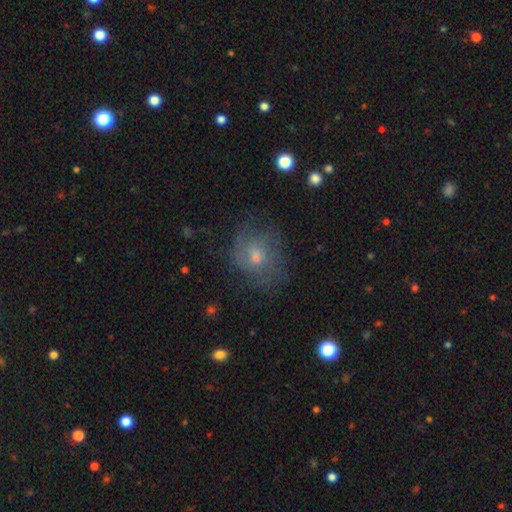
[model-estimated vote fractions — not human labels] smooth-or-featured: smooth: 52% | featured or disk: 36% | star or artifact: 13%
  how-rounded: round: 69% | in between: 30% | cigar-shaped: 1%
  merging: none: 53% | minor disturbance: 23% | major disturbance: 21% | merger: 3%